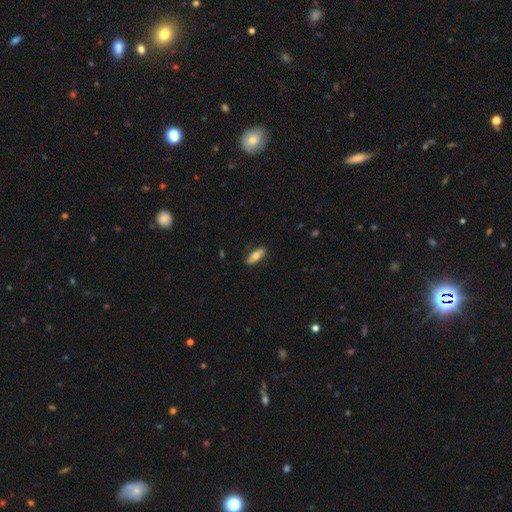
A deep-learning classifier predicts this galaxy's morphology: type=smooth (69%); roundness=in between (64%); merging=none (85%).